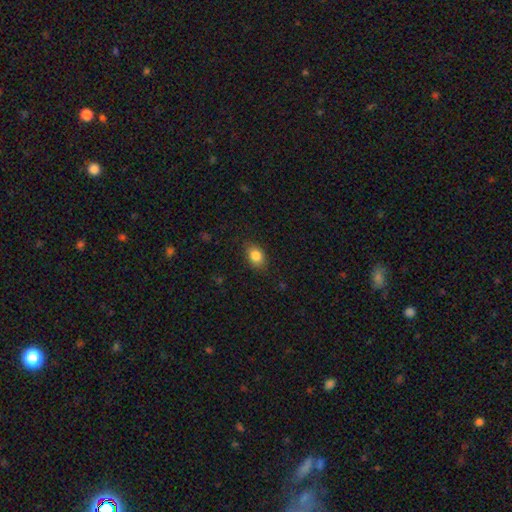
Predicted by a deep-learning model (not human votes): Smooth or featured?
  - smooth: 84% *
  - star or artifact: 9%
  - featured or disk: 7%
How rounded?
  - in between: 76% *
  - round: 22%
  - cigar-shaped: 2%
Merging?
  - none: 83% *
  - minor disturbance: 13%
  - major disturbance: 3%
  - merger: 1%